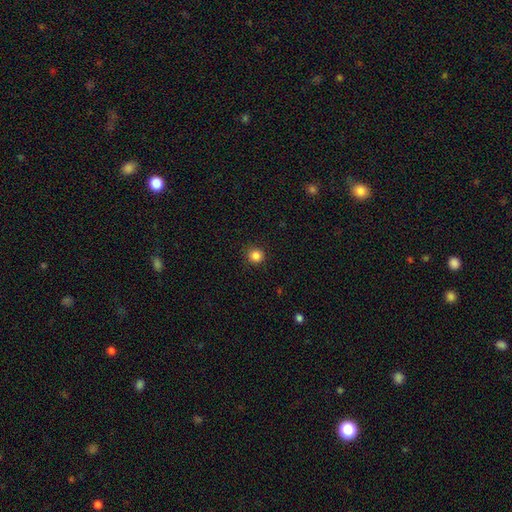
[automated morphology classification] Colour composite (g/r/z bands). It shows a smooth galaxy with no disk features (85%) that is round (93%). Merging: none (90%).